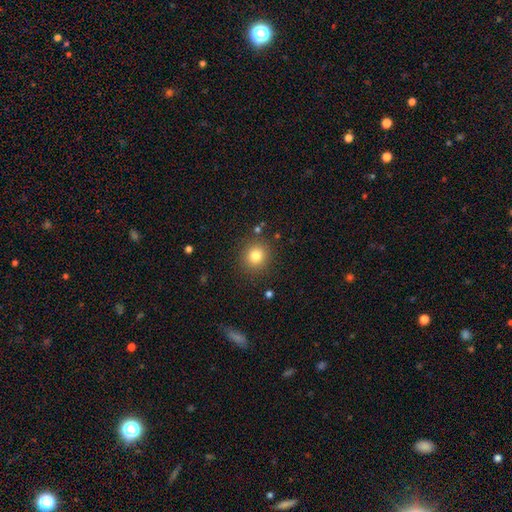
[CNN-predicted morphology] A smooth galaxy with no disk features (80%) that is round (90%).

Vote fractions:
- Smooth or featured? smooth: 80% / star or artifact: 12% / featured or disk: 8%
- How rounded? round: 90% / in between: 9% / cigar-shaped: 1%
- Merging? none: 87% / minor disturbance: 7% / major disturbance: 3% / merger: 2%